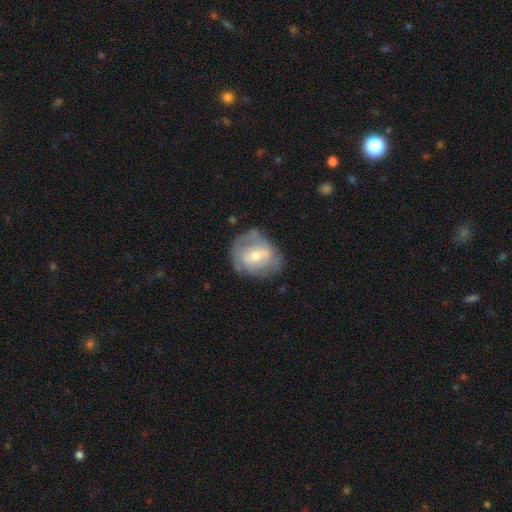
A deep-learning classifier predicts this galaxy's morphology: This is possibly a featured or disk galaxy (59%). It is clearly not viewed edge-on (96%). Bar: possibly no (50%). Spiral arm pattern: possibly yes (54%). Central bulge: possibly moderate (56%). Merging: likely none (60%).